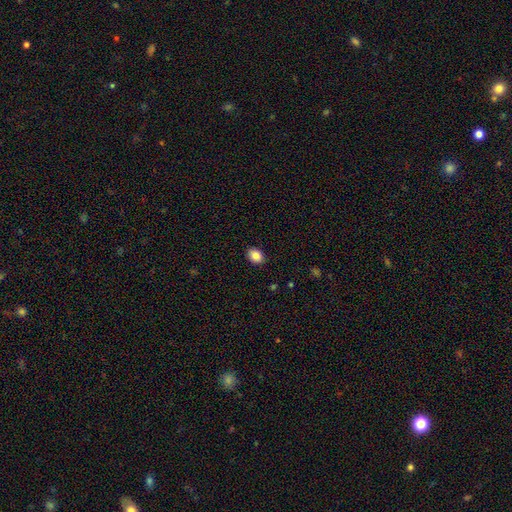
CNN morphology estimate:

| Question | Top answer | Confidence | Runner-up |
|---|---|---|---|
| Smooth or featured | smooth | 86% | star or artifact (8%) |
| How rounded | in between | 68% | round (31%) |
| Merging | none | 89% | minor disturbance (8%) |